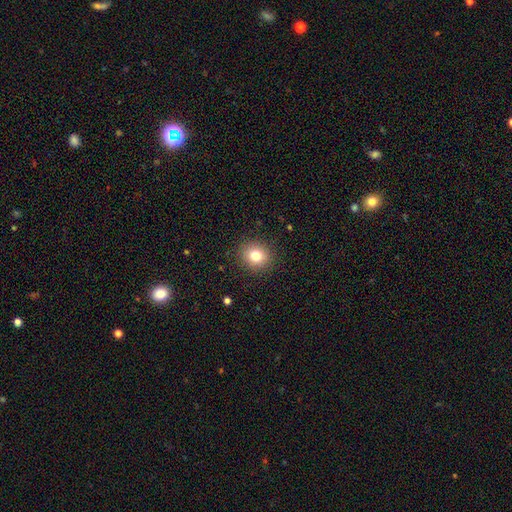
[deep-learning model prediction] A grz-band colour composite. It shows a smooth galaxy with no disk features (80%) that is round (79%). Merging: none (89%).